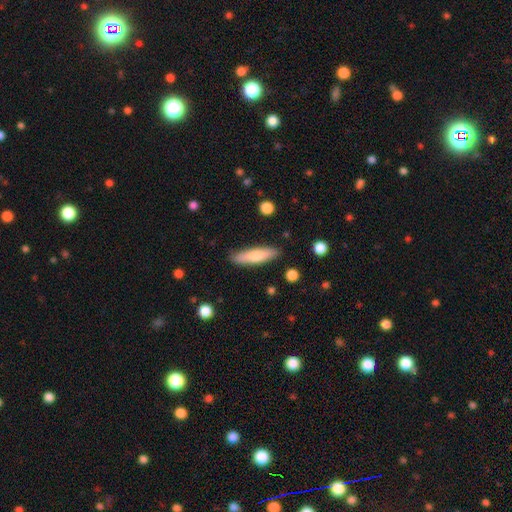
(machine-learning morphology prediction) smooth 71%, featured or disk 24%, star or artifact 6%. Down the decision tree: how rounded — cigar-shaped (70%); merging — none (86%).